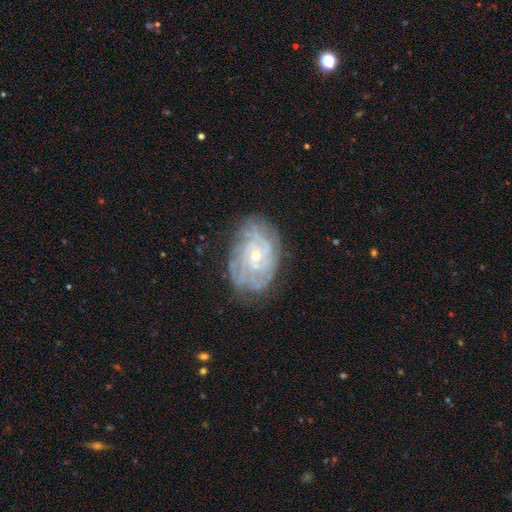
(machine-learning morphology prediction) Smooth or featured? Predicted: featured or disk (p=0.83). Edge-on disk? Predicted: no (p=0.97). Bar? Predicted: no (p=0.56). Spiral arms? Predicted: yes (p=0.92). Spiral winding? Predicted: tight (p=0.70). Spiral arm count? Predicted: can't tell (p=0.45). Bulge size? Predicted: small (p=0.51). Merging? Predicted: none (p=0.73).